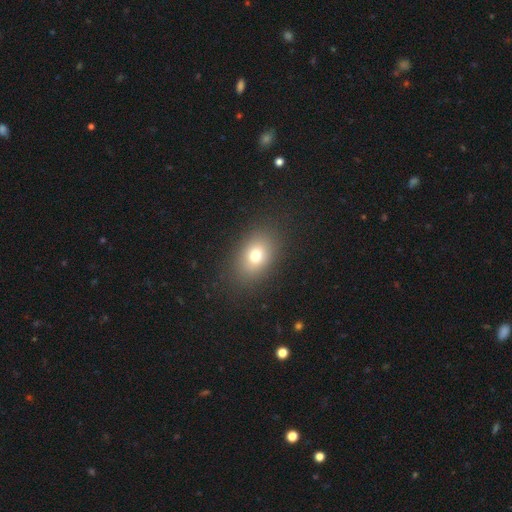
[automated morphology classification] This appears to be a smooth galaxy with no disk features (74%) that is in between round and cigar-shaped (71%). Merging: none (86%).